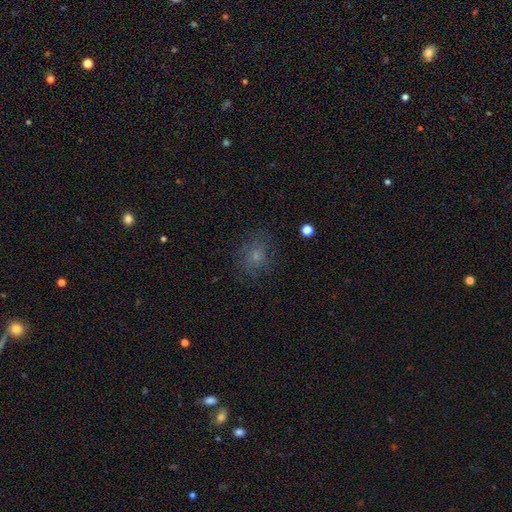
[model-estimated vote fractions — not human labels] A smooth galaxy with no disk features (58%) that is round (64%). Merging: none (73%).